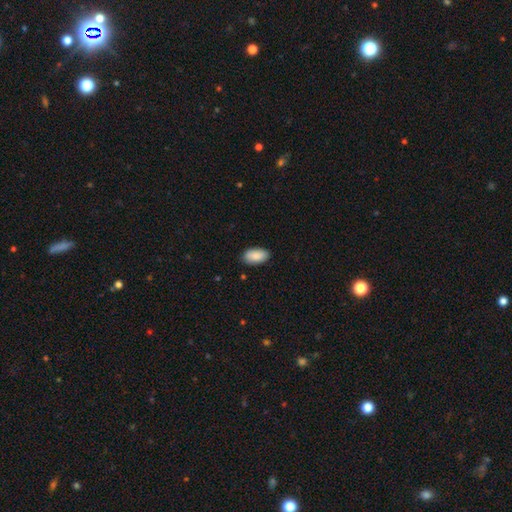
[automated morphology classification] type=smooth (90%); roundness=in between (95%); merging=none (87%).